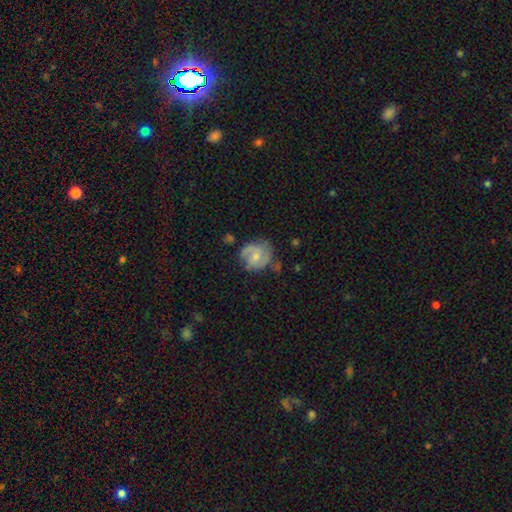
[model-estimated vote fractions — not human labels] Overall: featured or disk (62%; smooth 31%). Edge-on disk: no (98%). Bar: no (53%; weak 40%). Spiral arms: yes (86%). Spiral arm count: 2 (61%). Spiral winding: medium (45%; tight 34%). Bulge size: small (48%; moderate 43%). Merging: none (60%; minor disturbance 25%).